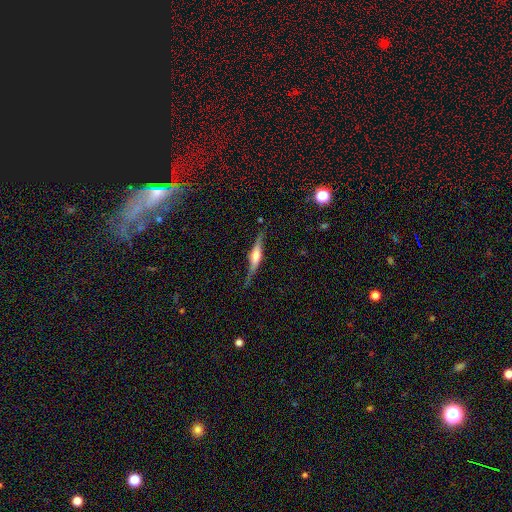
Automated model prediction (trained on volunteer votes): The model was most divided on "smooth or featured": featured or disk: 73%, smooth: 21%, star or artifact: 6%. More confident: edge-on disk — yes (93%); merging — none (75%); edge-on bulge — rounded (75%).